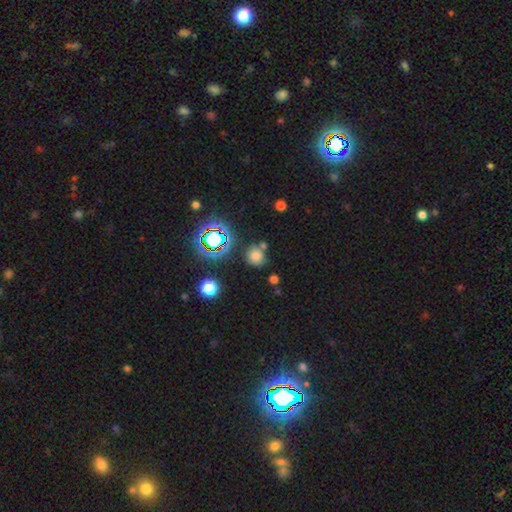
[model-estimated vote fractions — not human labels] Smooth or featured?
  - smooth: 68% *
  - star or artifact: 24%
  - featured or disk: 8%
How rounded?
  - round: 83% *
  - in between: 16%
  - cigar-shaped: 1%
Merging?
  - none: 67% *
  - minor disturbance: 14%
  - merger: 14%
  - major disturbance: 5%